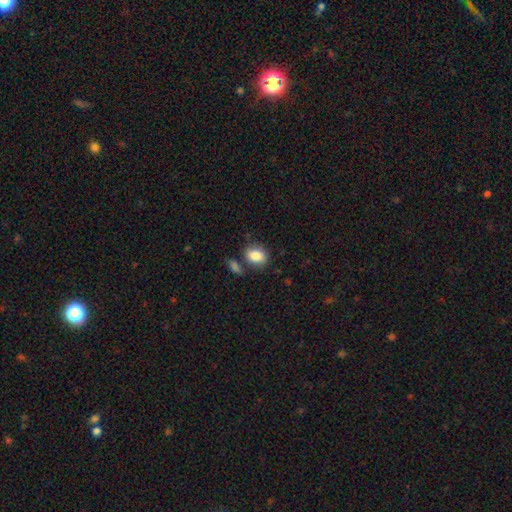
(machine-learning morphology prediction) Smooth or featured: smooth — 86% (star or artifact — 8%)
How rounded: in between — 67% (round — 32%)
Merging: none — 71% (minor disturbance — 14%)